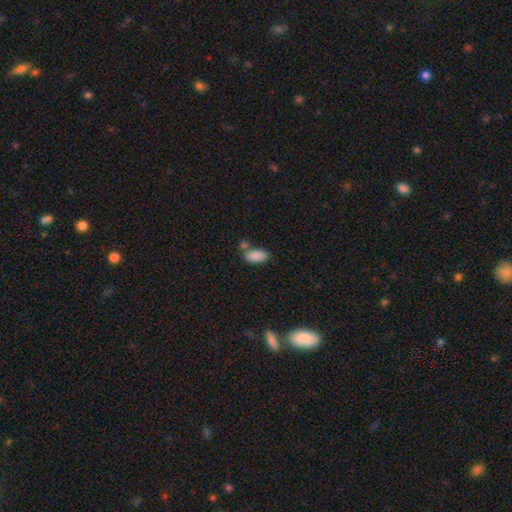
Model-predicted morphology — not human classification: Smooth or featured: smooth — 87% (star or artifact — 8%)
How rounded: in between — 93% (cigar-shaped — 3%)
Merging: none — 57% (merger — 26%)